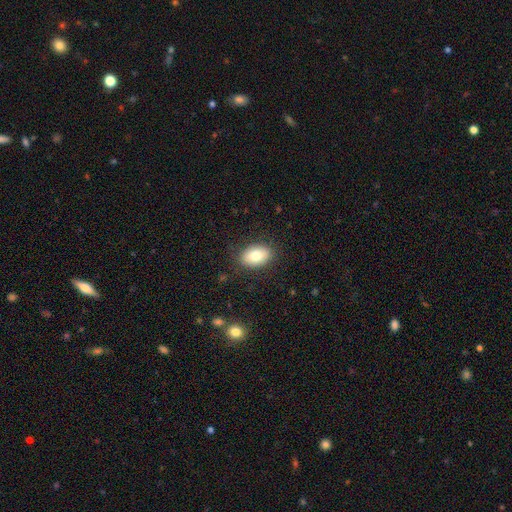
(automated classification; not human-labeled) Smooth or featured?
  - smooth: 82% *
  - featured or disk: 11%
  - star or artifact: 7%
How rounded?
  - in between: 89% *
  - round: 10%
  - cigar-shaped: 1%
Merging?
  - none: 86% *
  - minor disturbance: 10%
  - major disturbance: 3%
  - merger: 1%